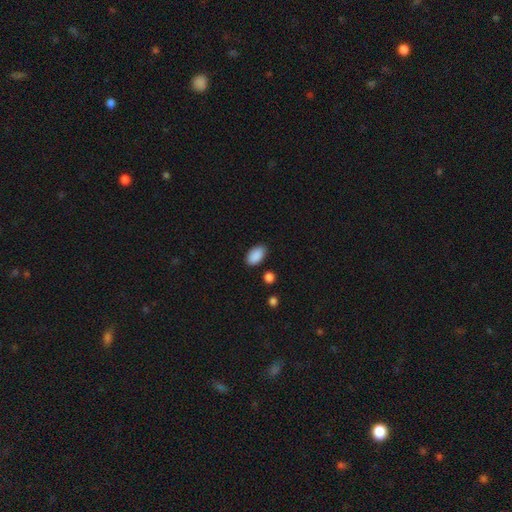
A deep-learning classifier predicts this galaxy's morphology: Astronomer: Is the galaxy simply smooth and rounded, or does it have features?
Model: smooth — 90%.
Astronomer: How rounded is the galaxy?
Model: in between — 94%.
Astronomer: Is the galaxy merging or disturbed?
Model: none — 84%.